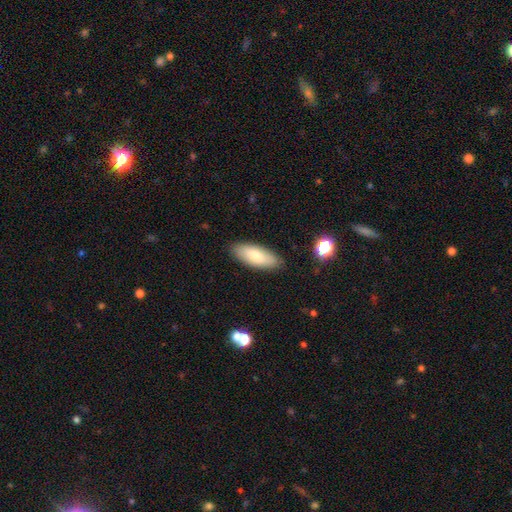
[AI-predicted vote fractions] Morphology: type=smooth (75%); roundness=in between (78%); merging=none (87%).